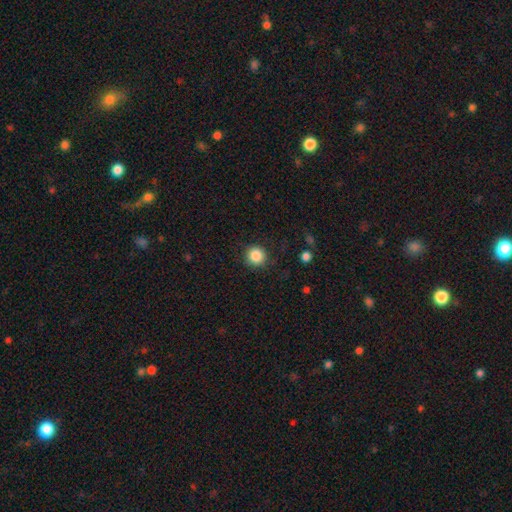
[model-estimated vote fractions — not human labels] Smooth or featured? smooth (86%)
How rounded? round (94%)
Merging? none (89%)